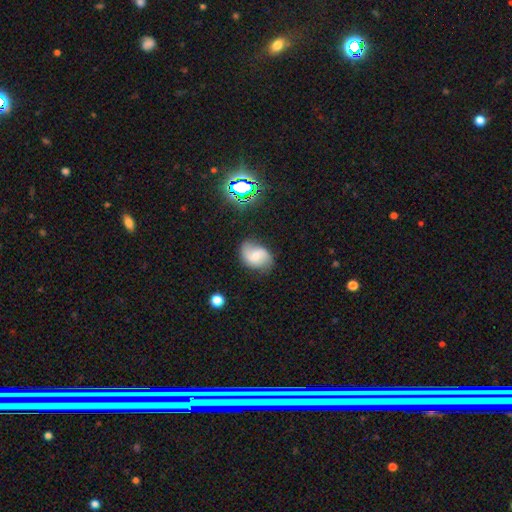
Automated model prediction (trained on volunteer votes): This appears to be a featured or disk galaxy (57%) with a weak bar (50%), 2 (87%) loose (54%) spiral arms (90%) and a small central bulge (49%). Merging: none (71%).